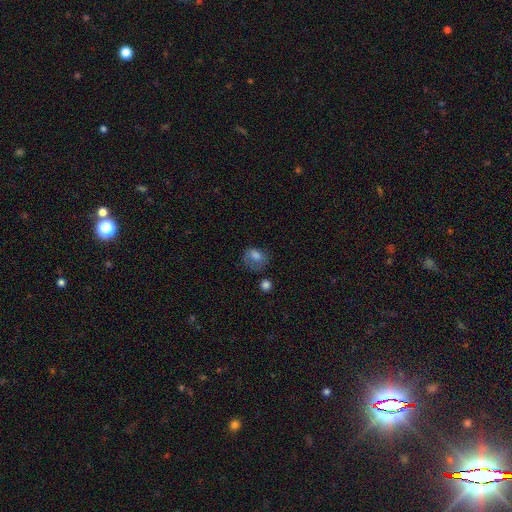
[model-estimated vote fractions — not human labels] A smooth galaxy with no disk features (74%) that is in between round and cigar-shaped (54%).

Vote fractions:
- Smooth or featured? smooth: 74% / featured or disk: 15% / star or artifact: 11%
- How rounded? in between: 54% / round: 45% / cigar-shaped: 1%
- Merging? none: 40% / minor disturbance: 28% / major disturbance: 26% / merger: 6%